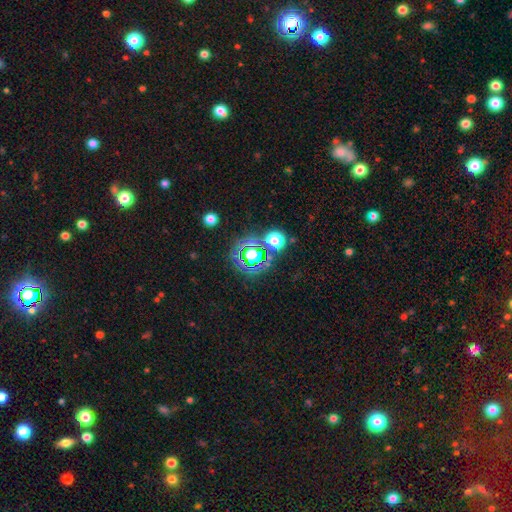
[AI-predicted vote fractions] Smooth or featured? star or artifact (56%)